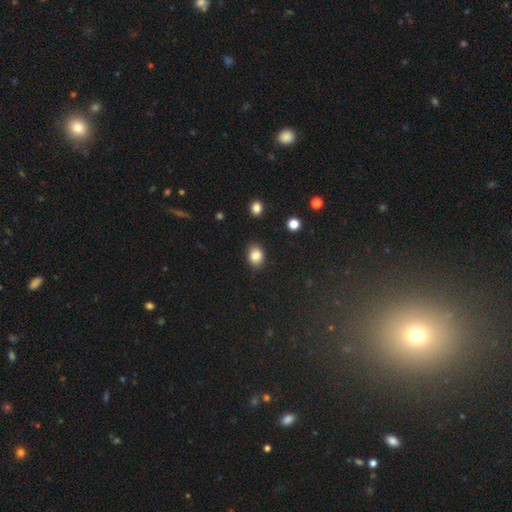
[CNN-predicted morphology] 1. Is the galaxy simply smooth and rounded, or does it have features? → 85% smooth, 9% star or artifact, 6% featured or disk.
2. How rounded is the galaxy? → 57% in between, 42% round, 1% cigar-shaped.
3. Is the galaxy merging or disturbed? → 85% none, 10% minor disturbance, 2% major disturbance, 2% merger.